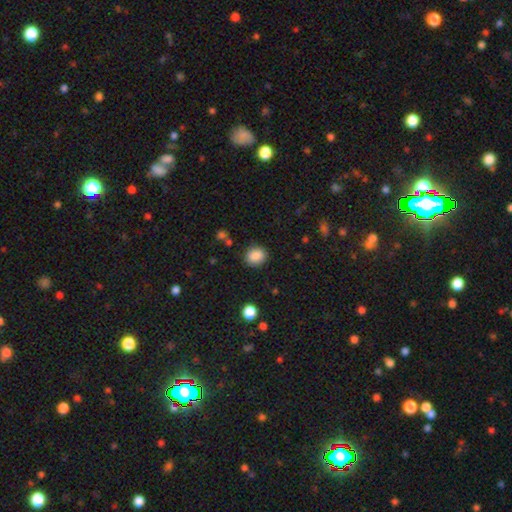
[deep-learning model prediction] smooth 86%, star or artifact 9%, featured or disk 4%. Down the decision tree: how rounded — round (70%); merging — none (86%).